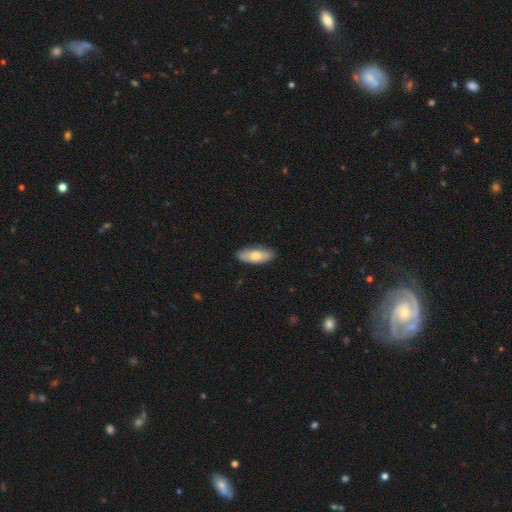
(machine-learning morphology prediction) Smooth or featured?
  - smooth: 73% *
  - featured or disk: 21%
  - star or artifact: 6%
How rounded?
  - in between: 76% *
  - cigar-shaped: 21%
  - round: 2%
Merging?
  - none: 85% *
  - minor disturbance: 12%
  - major disturbance: 2%
  - merger: 1%